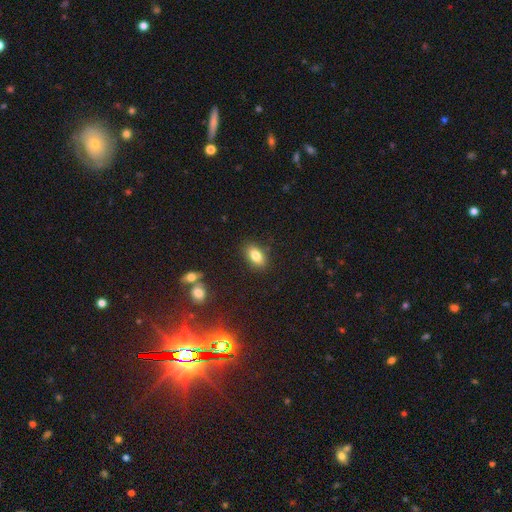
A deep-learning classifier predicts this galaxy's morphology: Overall: smooth (82%). How rounded: in between (89%). Merging: none (86%).